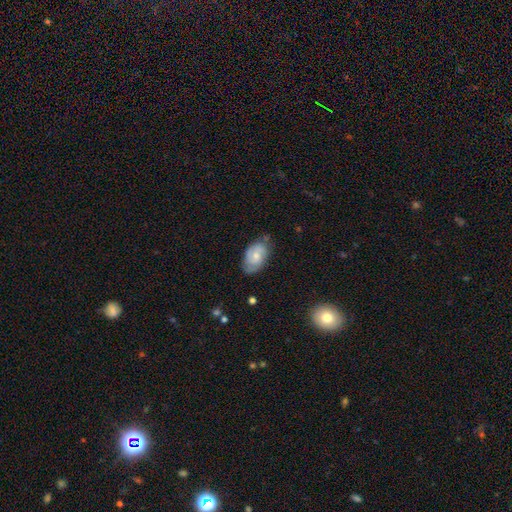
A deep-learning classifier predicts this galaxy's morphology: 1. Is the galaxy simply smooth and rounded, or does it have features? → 55% smooth, 38% featured or disk, 7% star or artifact.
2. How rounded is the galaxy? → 91% in between, 7% round, 2% cigar-shaped.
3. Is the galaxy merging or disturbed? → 63% none, 29% minor disturbance, 6% major disturbance, 3% merger.